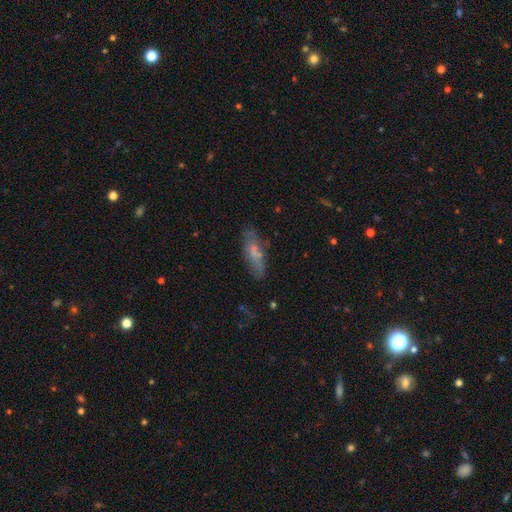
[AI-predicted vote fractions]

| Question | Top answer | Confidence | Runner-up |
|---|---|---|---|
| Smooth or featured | smooth | 56% | featured or disk (34%) |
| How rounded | cigar-shaped | 51% | in between (47%) |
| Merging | none | 69% | minor disturbance (20%) |